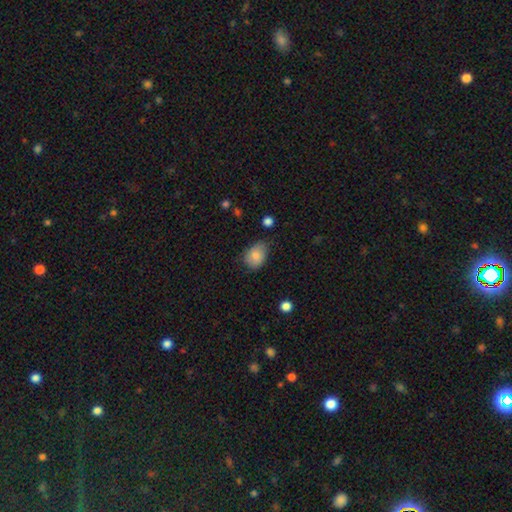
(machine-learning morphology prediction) The model was most divided on "merging": none: 63%, minor disturbance: 30%, major disturbance: 5%, merger: 2%. More confident: smooth or featured — smooth (82%); how rounded — in between (70%).